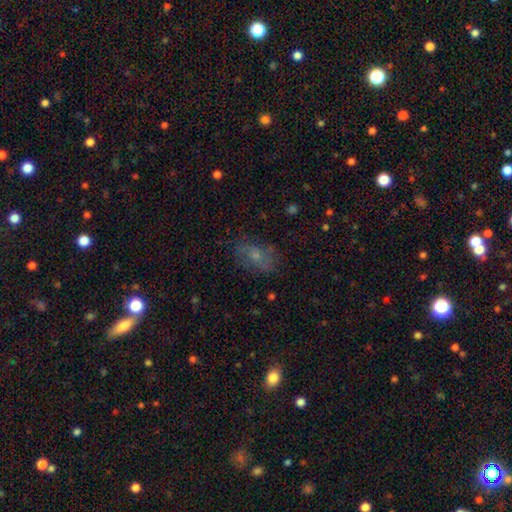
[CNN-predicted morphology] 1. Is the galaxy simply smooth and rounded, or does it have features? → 51% smooth, 34% featured or disk, 14% star or artifact.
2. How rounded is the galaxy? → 79% in between, 19% round, 3% cigar-shaped.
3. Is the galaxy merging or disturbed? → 67% none, 20% minor disturbance, 11% major disturbance, 2% merger.